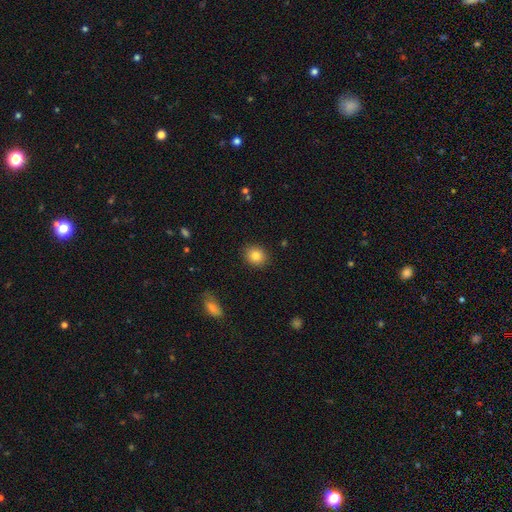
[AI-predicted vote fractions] Q: Smooth or featured?
A: smooth (83%); runner-up: star or artifact (10%)
Q: How rounded?
A: round (71%); runner-up: in between (28%)
Q: Merging?
A: none (89%); runner-up: minor disturbance (7%)